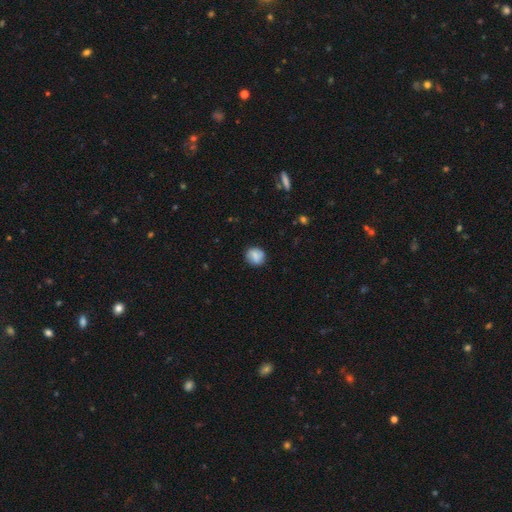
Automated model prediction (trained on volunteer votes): smooth_or_featured: smooth (p=0.74) [alt: featured or disk p=0.17]
how_rounded: round (p=0.81) [alt: in between p=0.18]
merging: none (p=0.82) [alt: minor disturbance p=0.13]